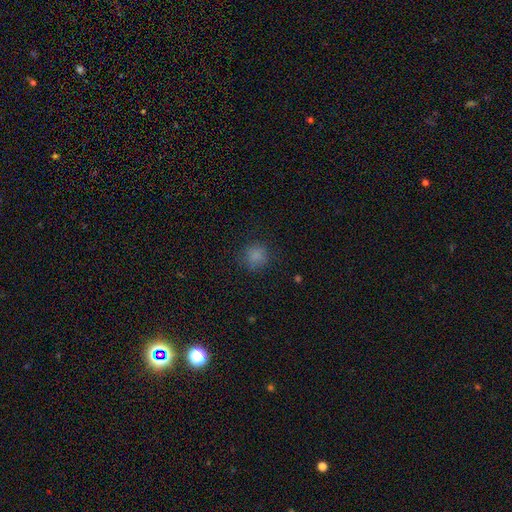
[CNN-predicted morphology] smooth 82%, star or artifact 14%, featured or disk 5%. Down the decision tree: how rounded — round (89%); merging — none (83%).